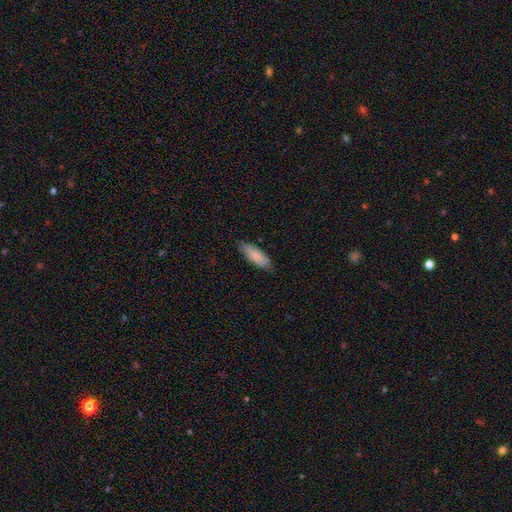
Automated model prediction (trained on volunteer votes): This appears to be a smooth galaxy with no disk features (85%) that is in between round and cigar-shaped (67%). Merging: none (79%).